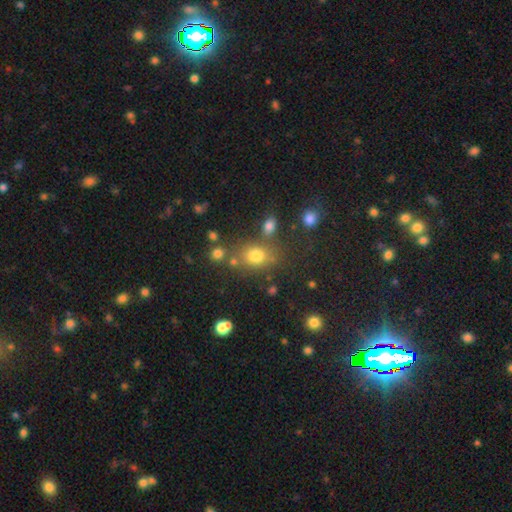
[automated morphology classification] smooth-or-featured: smooth: 74% | star or artifact: 17% | featured or disk: 9%
  how-rounded: round: 52% | in between: 47% | cigar-shaped: 2%
  merging: none: 67% | minor disturbance: 14% | merger: 13% | major disturbance: 6%